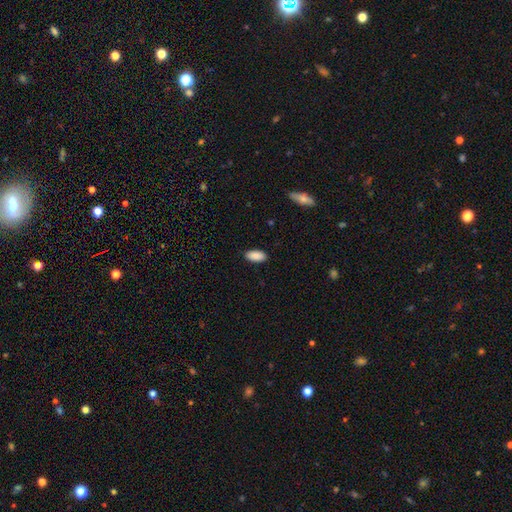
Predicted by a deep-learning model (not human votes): Overall: smooth (90%). How rounded: in between (93%). Merging: none (87%).